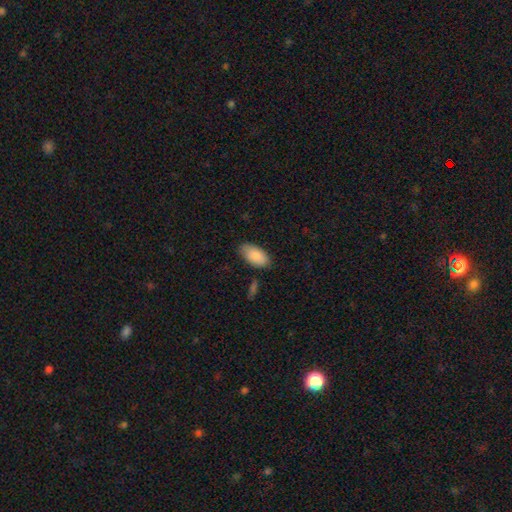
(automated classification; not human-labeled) A smooth galaxy with no disk features (88%) that is in between round and cigar-shaped (95%).

Vote fractions:
- Smooth or featured? smooth: 88% / featured or disk: 6% / star or artifact: 6%
- How rounded? in between: 95% / cigar-shaped: 3% / round: 2%
- Merging? none: 77% / minor disturbance: 17% / major disturbance: 3% / merger: 2%